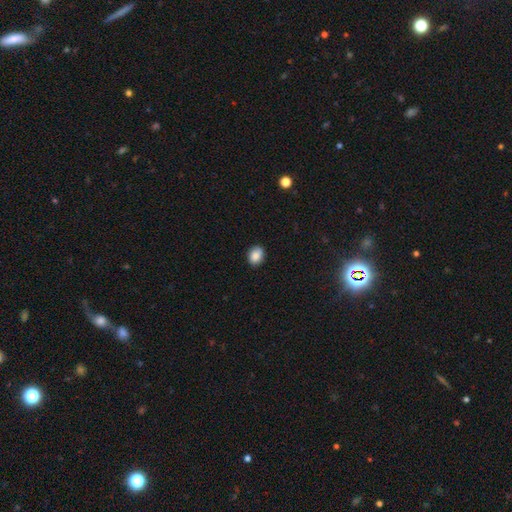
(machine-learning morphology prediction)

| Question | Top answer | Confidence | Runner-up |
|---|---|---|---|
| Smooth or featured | smooth | 86% | star or artifact (9%) |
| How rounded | in between | 55% | round (44%) |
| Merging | none | 83% | minor disturbance (13%) |